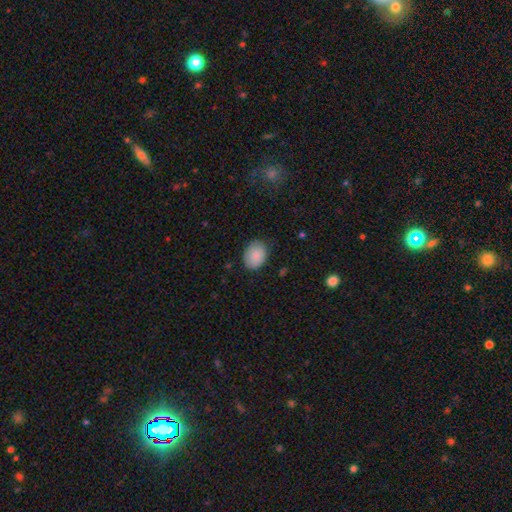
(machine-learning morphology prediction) type=smooth (87%); roundness=in between (68%); merging=none (79%).